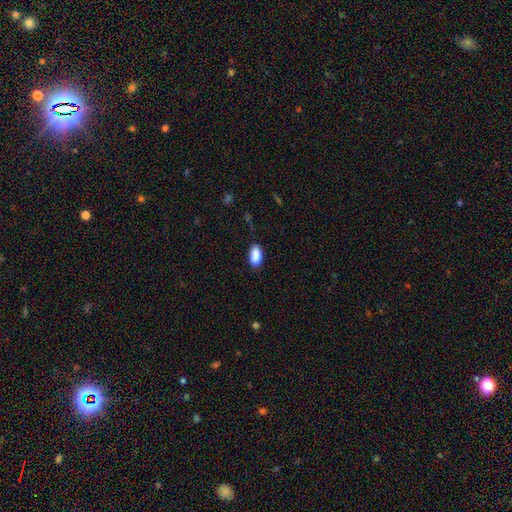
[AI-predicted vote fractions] Smooth or featured? smooth (89%)
How rounded? in between (92%)
Merging? none (82%)